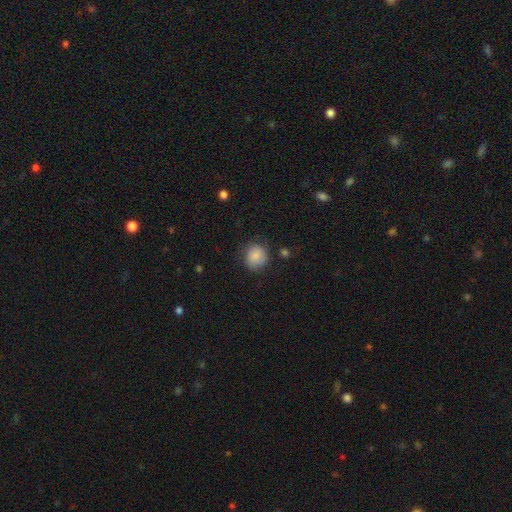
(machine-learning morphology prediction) smooth_or_featured: smooth (p=0.82) [alt: featured or disk p=0.10]
how_rounded: round (p=0.83) [alt: in between p=0.17]
merging: none (p=0.71) [alt: minor disturbance p=0.21]